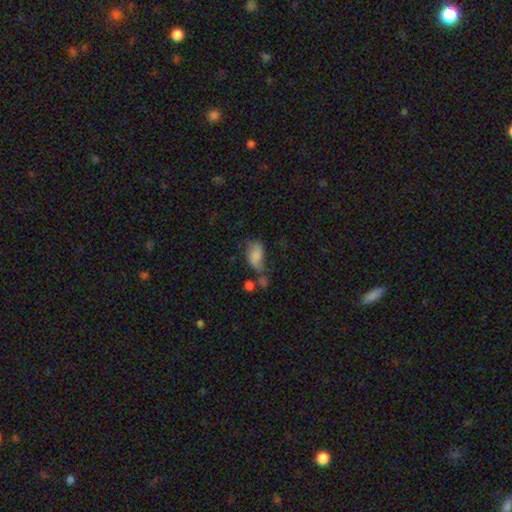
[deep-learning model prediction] A smooth galaxy with no disk features (74%) that is in between round and cigar-shaped (90%).

Vote fractions:
- Smooth or featured? smooth: 74% / featured or disk: 16% / star or artifact: 10%
- How rounded? in between: 90% / round: 8% / cigar-shaped: 2%
- Merging? none: 31% / minor disturbance: 27% / major disturbance: 23% / merger: 19%